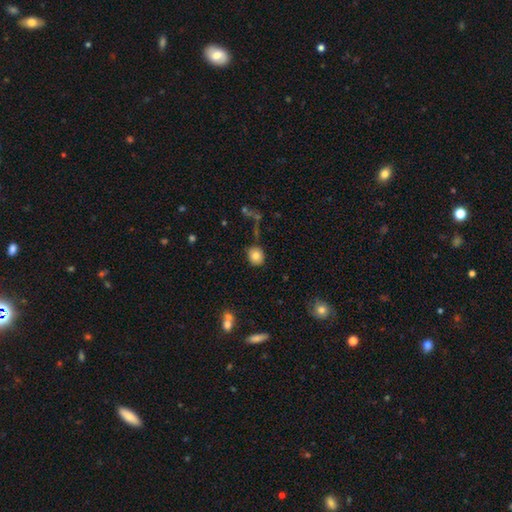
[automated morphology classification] type=smooth (81%); roundness=round (75%); merging=none (80%).